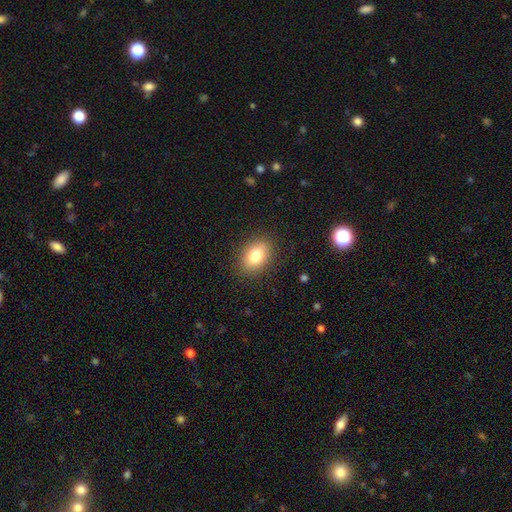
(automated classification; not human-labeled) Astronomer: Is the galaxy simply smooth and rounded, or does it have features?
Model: smooth — 81%.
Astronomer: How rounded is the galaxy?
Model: in between — 79%.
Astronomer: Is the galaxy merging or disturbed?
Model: none — 86%.